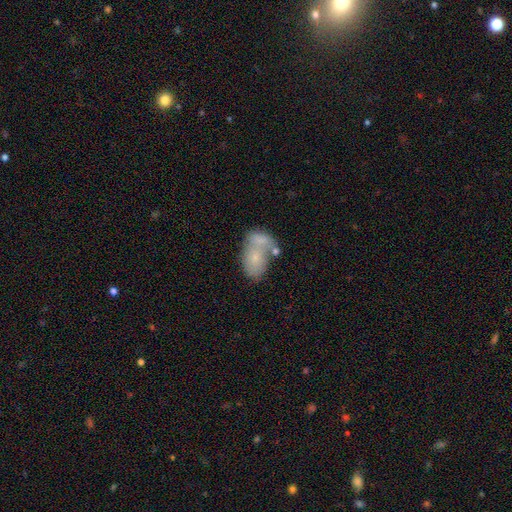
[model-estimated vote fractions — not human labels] Morphology: type=smooth (64%); roundness=in between (85%); merging=merger (53%).